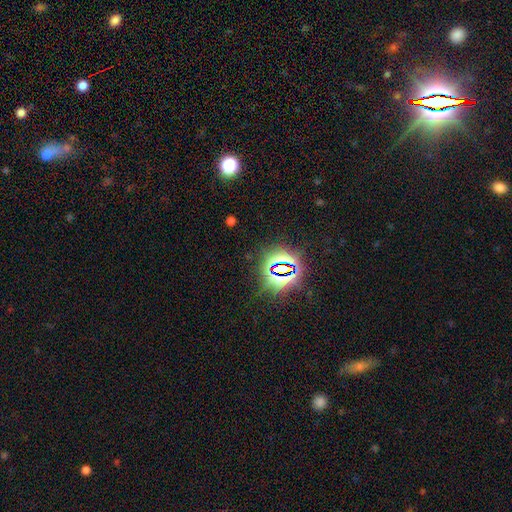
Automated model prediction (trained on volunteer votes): A star or artifact, not a galaxy (80%).

Vote fractions:
- Smooth or featured? star or artifact: 80% / smooth: 13% / featured or disk: 7%